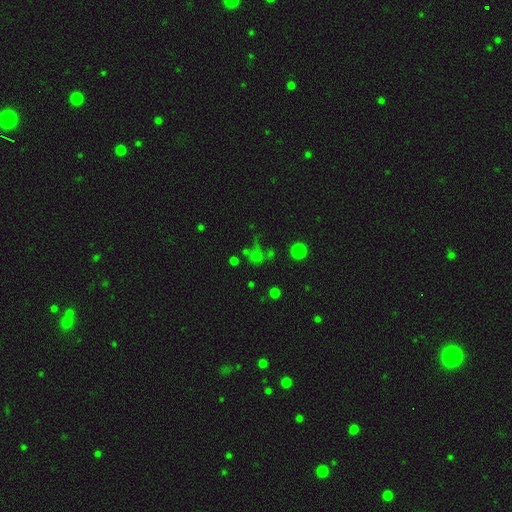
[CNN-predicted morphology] The model was most divided on "smooth or featured": smooth: 52%, star or artifact: 33%, featured or disk: 15%. Remaining: how rounded — round (76%); merging — none (49%).